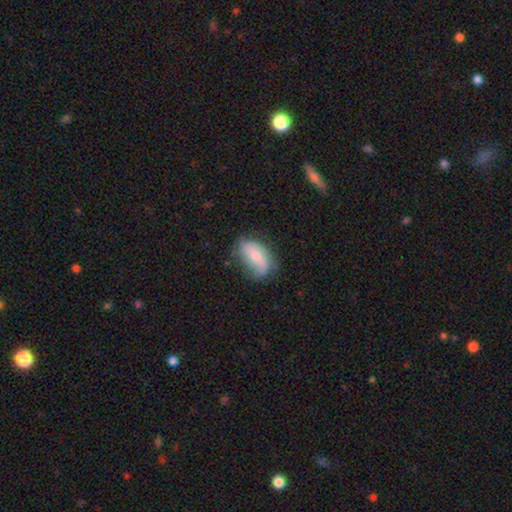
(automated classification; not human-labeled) Smooth or featured?
  - smooth: 56% *
  - featured or disk: 36%
  - star or artifact: 7%
How rounded?
  - in between: 90% *
  - round: 7%
  - cigar-shaped: 4%
Merging?
  - none: 56% *
  - minor disturbance: 31%
  - major disturbance: 11%
  - merger: 2%